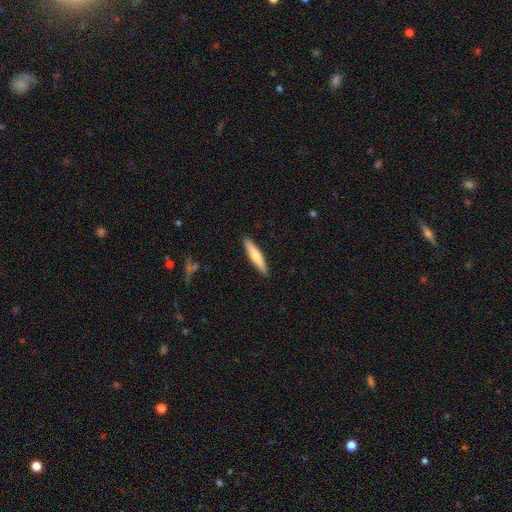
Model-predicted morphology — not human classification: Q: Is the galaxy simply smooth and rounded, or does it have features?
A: smooth — 59%.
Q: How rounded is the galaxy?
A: cigar-shaped — 87%.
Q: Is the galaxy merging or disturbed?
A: none — 91%.